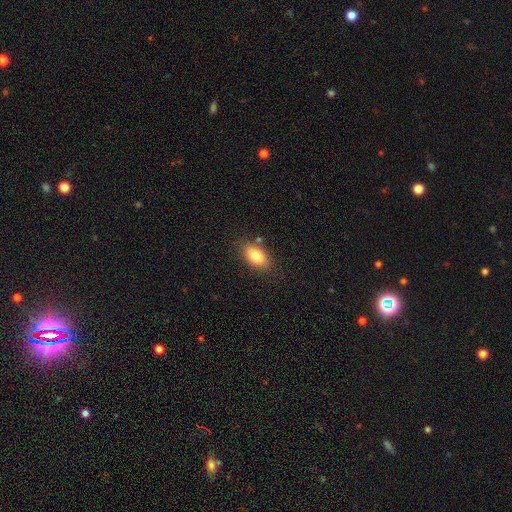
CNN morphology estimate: type=smooth (82%); roundness=in between (90%); merging=none (81%).